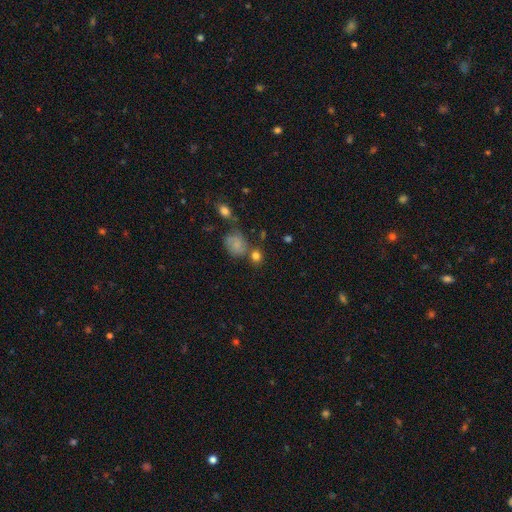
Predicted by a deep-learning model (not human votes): Smooth or featured: smooth — 77% (star or artifact — 12%)
How rounded: round — 77% (in between — 21%)
Merging: none — 61% (merger — 20%)